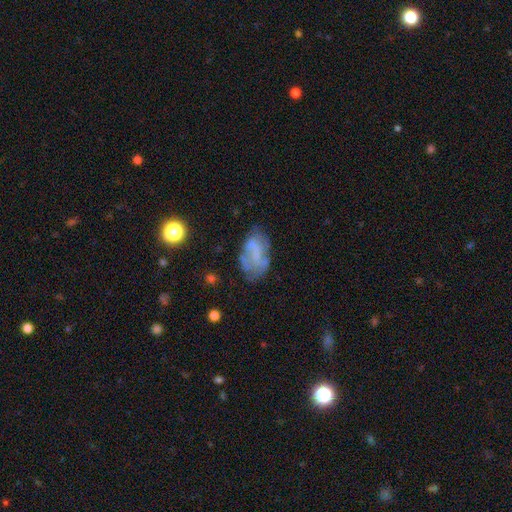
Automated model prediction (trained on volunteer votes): Morphology: type=featured or disk (49%); merging=none (48%).